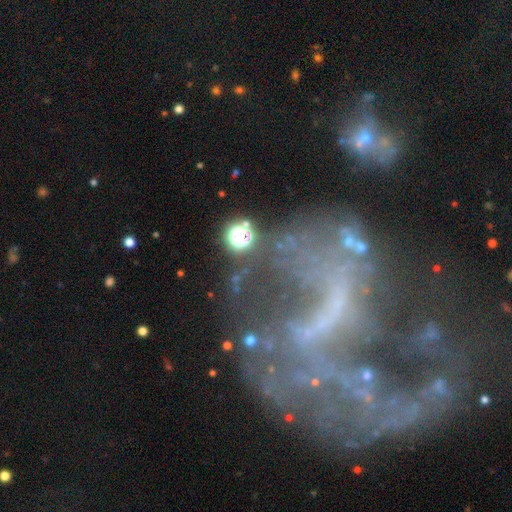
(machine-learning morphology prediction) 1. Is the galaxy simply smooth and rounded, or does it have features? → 68% featured or disk, 21% star or artifact, 11% smooth.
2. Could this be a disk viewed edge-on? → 96% no, 4% yes.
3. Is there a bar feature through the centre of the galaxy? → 43% no, 30% strong, 27% weak.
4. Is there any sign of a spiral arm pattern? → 55% no, 45% yes.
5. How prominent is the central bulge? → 69% none, 19% small, 8% moderate, 2% large, 2% dominant.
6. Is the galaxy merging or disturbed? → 43% major disturbance, 30% none, 14% minor disturbance, 13% merger.